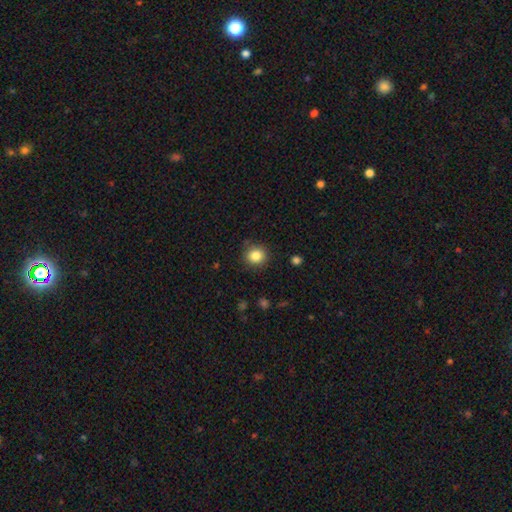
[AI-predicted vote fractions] A smooth galaxy with no disk features (84%) that is round (89%).

Vote fractions:
- Smooth or featured? smooth: 84% / star or artifact: 11% / featured or disk: 6%
- How rounded? round: 89% / in between: 10% / cigar-shaped: 1%
- Merging? none: 88% / minor disturbance: 8% / major disturbance: 2% / merger: 2%